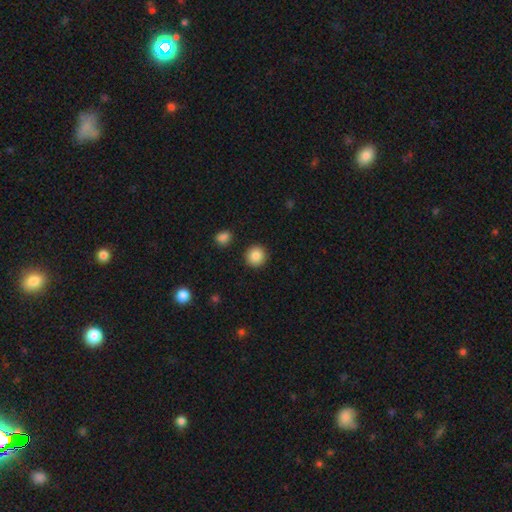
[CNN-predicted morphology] The model was most divided on "smooth or featured": smooth: 87%, star or artifact: 8%, featured or disk: 4%. More confident: how rounded — round (93%); merging — none (91%).